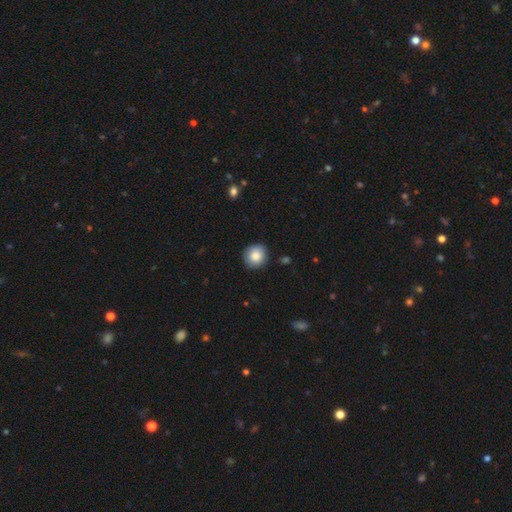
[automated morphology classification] The model was most divided on "smooth or featured": smooth: 85%, star or artifact: 8%, featured or disk: 7%. More confident: how rounded — round (89%); merging — none (88%).